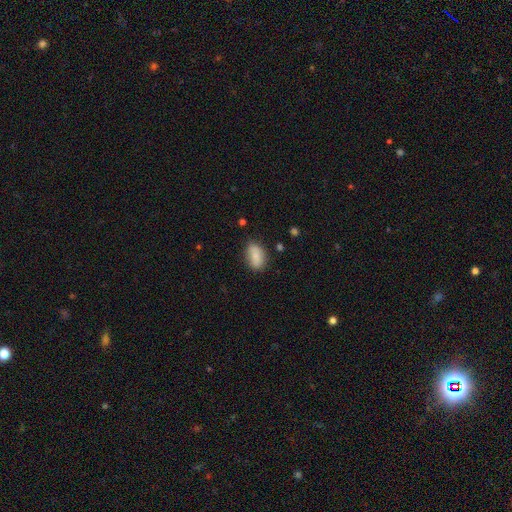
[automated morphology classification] smooth-or-featured: smooth: 81% | featured or disk: 11% | star or artifact: 8%
  how-rounded: in between: 88% | round: 9% | cigar-shaped: 3%
  merging: none: 70% | minor disturbance: 21% | major disturbance: 4% | merger: 4%